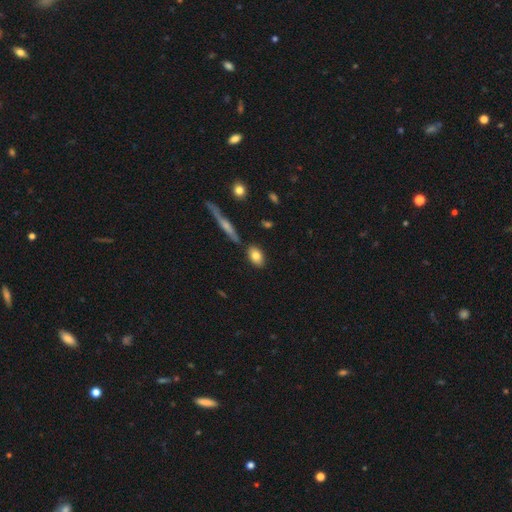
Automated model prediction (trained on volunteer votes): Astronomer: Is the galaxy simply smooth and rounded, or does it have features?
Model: smooth — 80%.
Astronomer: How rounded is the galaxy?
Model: in between — 85%.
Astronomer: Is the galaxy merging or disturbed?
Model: none — 80%.